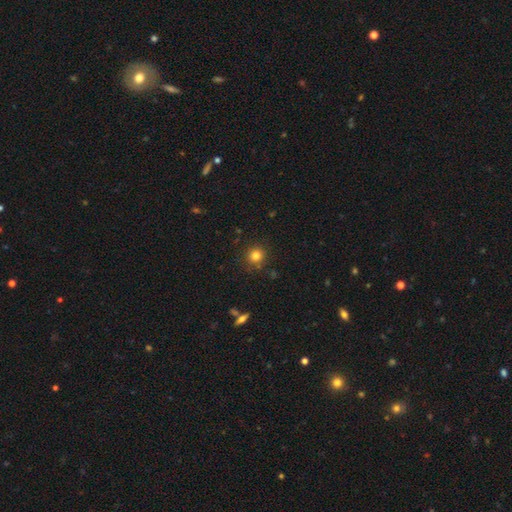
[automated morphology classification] smooth_or_featured: smooth (p=0.80) [alt: star or artifact p=0.13]
how_rounded: round (p=0.91) [alt: in between p=0.08]
merging: none (p=0.85) [alt: minor disturbance p=0.09]